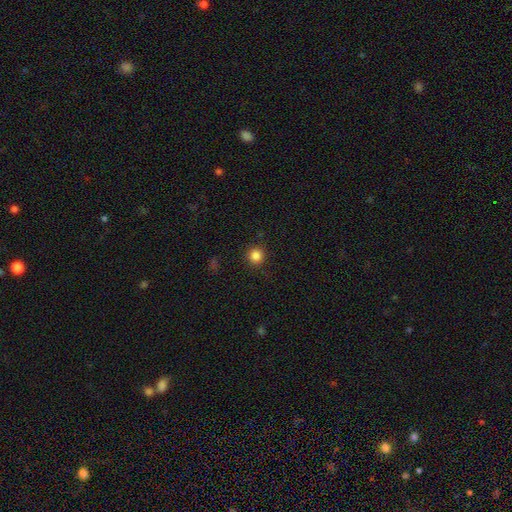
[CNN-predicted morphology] A smooth galaxy with no disk features (85%) that is round (95%).

Vote fractions:
- Smooth or featured? smooth: 85% / star or artifact: 11% / featured or disk: 4%
- How rounded? round: 95% / in between: 4% / cigar-shaped: 1%
- Merging? none: 91% / minor disturbance: 6% / major disturbance: 2% / merger: 1%